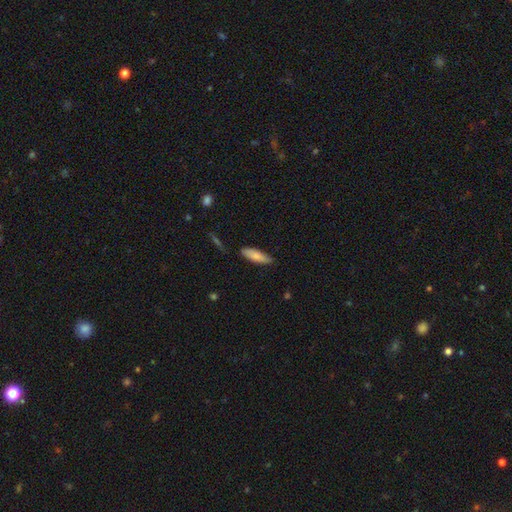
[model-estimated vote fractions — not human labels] smooth-or-featured: smooth: 81% | featured or disk: 14% | star or artifact: 6%
  how-rounded: cigar-shaped: 50% | in between: 48% | round: 2%
  merging: none: 79% | minor disturbance: 16% | major disturbance: 3% | merger: 2%